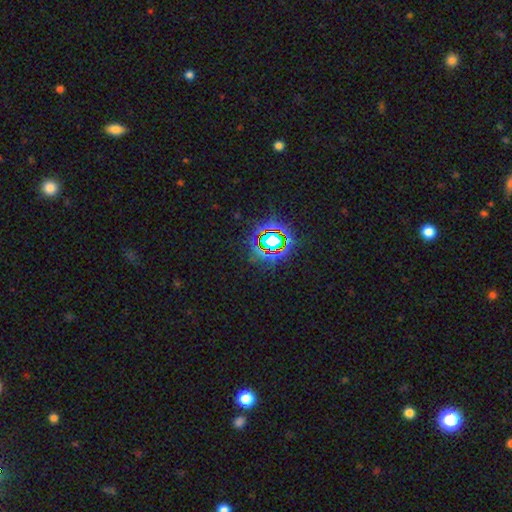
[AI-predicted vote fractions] Smooth or featured? Predicted: star or artifact (p=0.75).